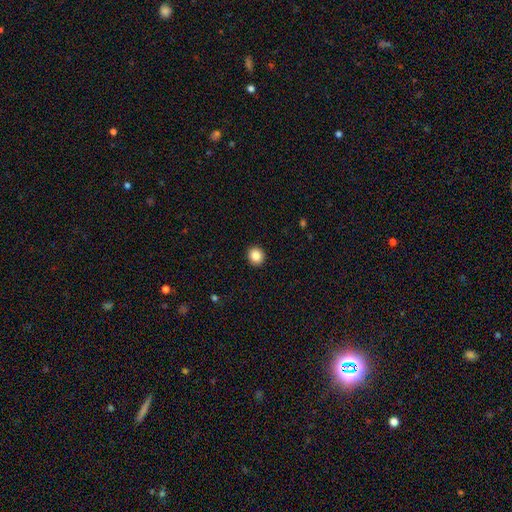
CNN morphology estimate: Overall: smooth (85%). How rounded: round (84%). Merging: none (93%).